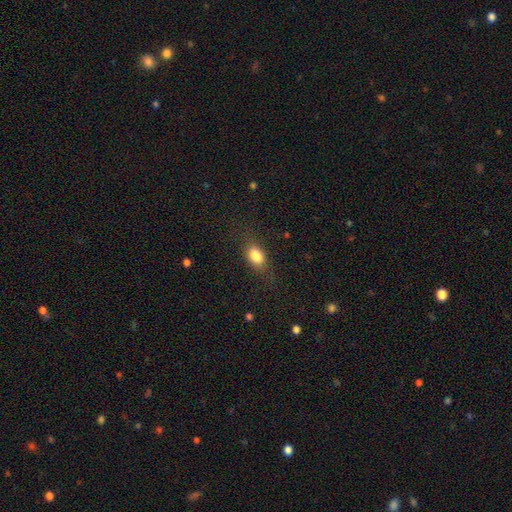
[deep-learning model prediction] Smooth or featured? smooth (81%)
How rounded? in between (81%)
Merging? none (70%)